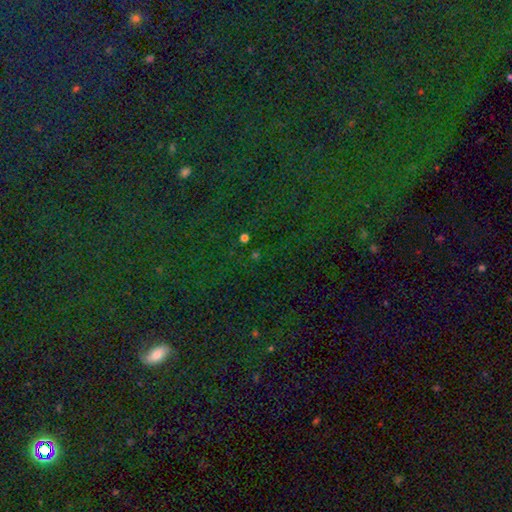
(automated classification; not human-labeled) smooth-or-featured: star or artifact: 75% | smooth: 16% | featured or disk: 9%